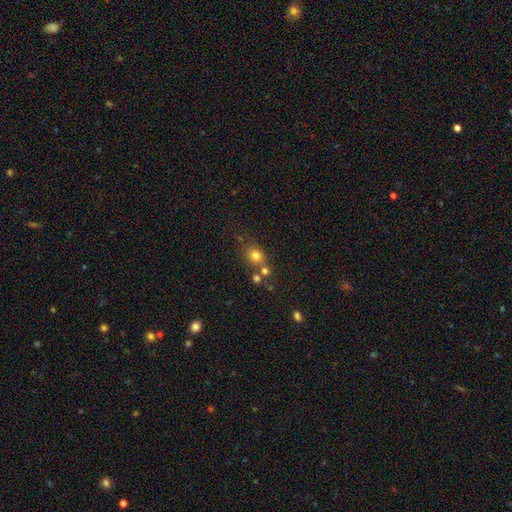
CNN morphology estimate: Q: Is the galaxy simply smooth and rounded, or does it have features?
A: smooth — 76%.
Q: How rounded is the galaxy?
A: round — 66%.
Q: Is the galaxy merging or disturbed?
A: none — 59%.